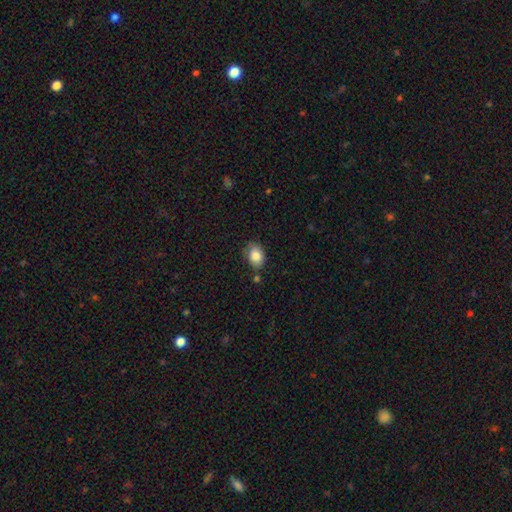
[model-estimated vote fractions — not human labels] smooth-or-featured: smooth: 85% | star or artifact: 8% | featured or disk: 7%
  how-rounded: in between: 75% | round: 24% | cigar-shaped: 1%
  merging: none: 69% | minor disturbance: 21% | merger: 6% | major disturbance: 4%